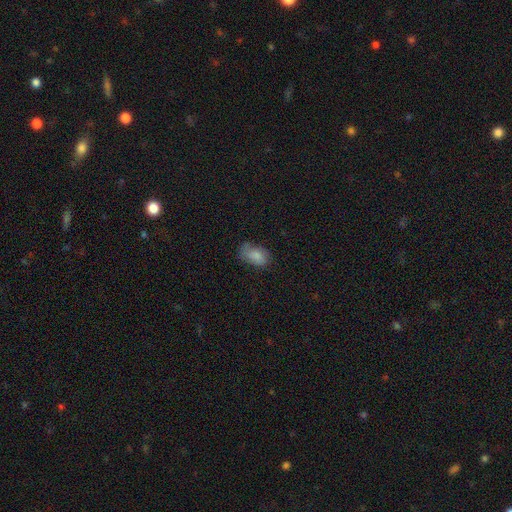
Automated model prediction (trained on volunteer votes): Smooth or featured?
  - smooth: 79% *
  - featured or disk: 13%
  - star or artifact: 8%
How rounded?
  - in between: 91% *
  - round: 8%
  - cigar-shaped: 2%
Merging?
  - none: 50% *
  - minor disturbance: 33%
  - major disturbance: 14%
  - merger: 3%